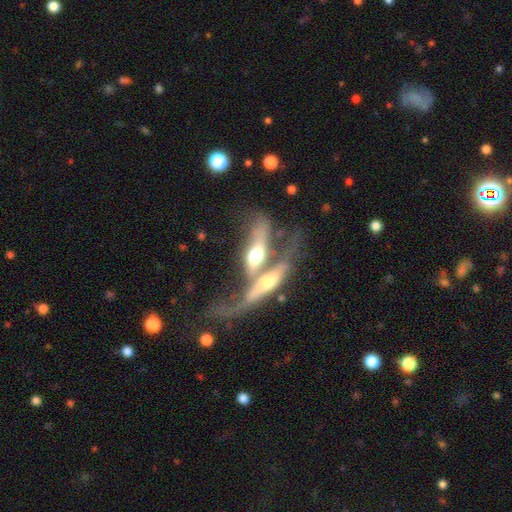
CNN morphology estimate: type=featured or disk (61%); edge-on=yes (59%); merging=merger (75%).